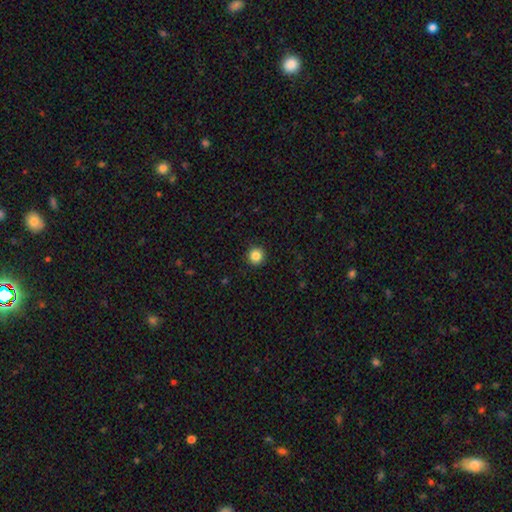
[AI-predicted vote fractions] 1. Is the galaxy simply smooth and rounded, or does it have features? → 85% smooth, 11% star or artifact, 4% featured or disk.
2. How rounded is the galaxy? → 95% round, 4% in between, 1% cigar-shaped.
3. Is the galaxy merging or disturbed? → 93% none, 5% minor disturbance, 2% major disturbance, 1% merger.